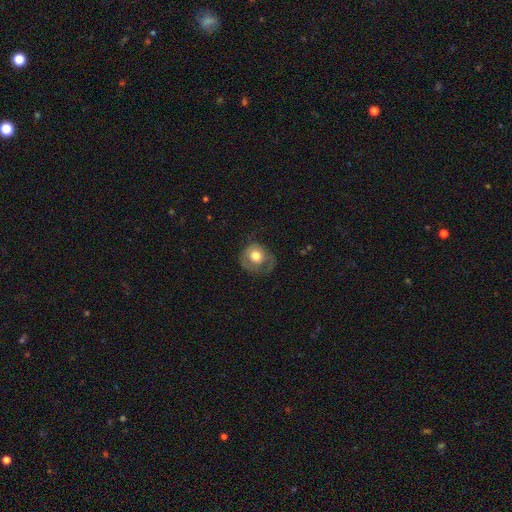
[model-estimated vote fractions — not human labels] A smooth galaxy with no disk features (60%) that is round (78%).

Vote fractions:
- Smooth or featured? smooth: 60% / featured or disk: 33% / star or artifact: 8%
- How rounded? round: 78% / in between: 21% / cigar-shaped: 1%
- Merging? none: 49% / major disturbance: 25% / minor disturbance: 25% / merger: 2%